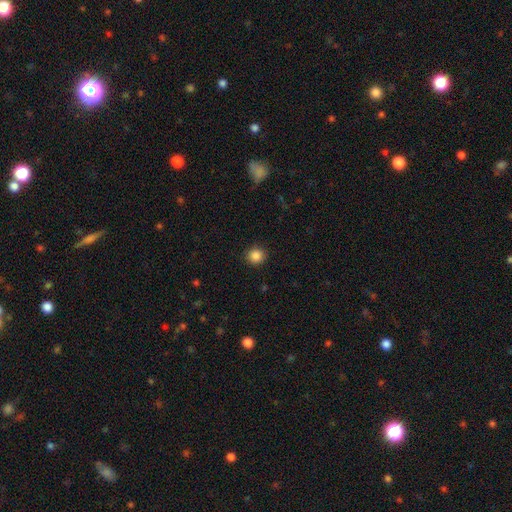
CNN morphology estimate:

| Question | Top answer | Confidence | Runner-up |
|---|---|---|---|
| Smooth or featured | smooth | 86% | star or artifact (10%) |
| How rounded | round | 90% | in between (9%) |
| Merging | none | 91% | minor disturbance (6%) |